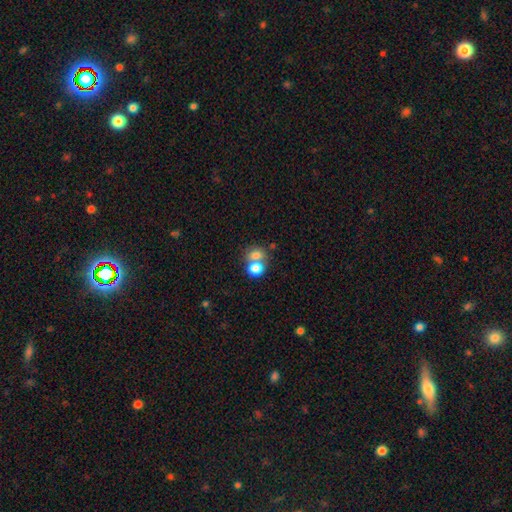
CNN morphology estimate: Smooth or featured?
  - smooth: 75% *
  - featured or disk: 15%
  - star or artifact: 11%
How rounded?
  - round: 60% *
  - in between: 39%
  - cigar-shaped: 1%
Merging?
  - merger: 61% *
  - none: 29%
  - minor disturbance: 7%
  - major disturbance: 3%